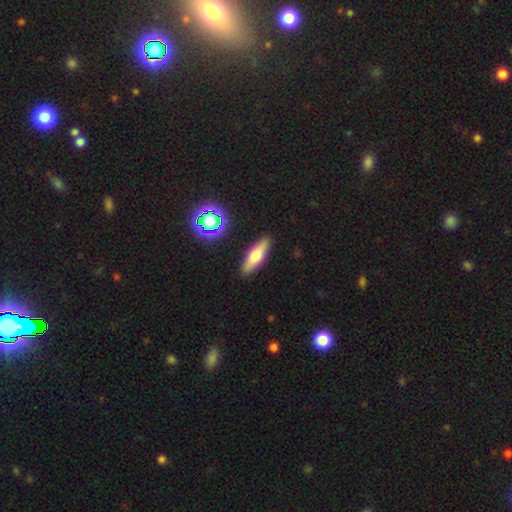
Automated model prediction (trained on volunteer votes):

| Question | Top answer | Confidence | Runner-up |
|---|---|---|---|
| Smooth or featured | smooth | 55% | featured or disk (37%) |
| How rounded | cigar-shaped | 53% | in between (44%) |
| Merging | none | 88% | minor disturbance (8%) |